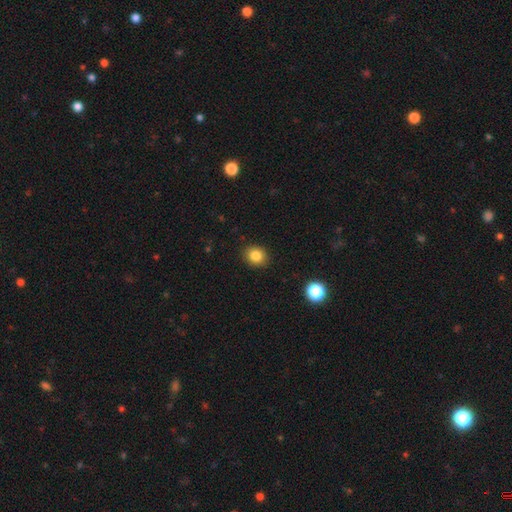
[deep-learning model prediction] The model was most divided on "how rounded": round: 69%, in between: 31%, cigar-shaped: 1%. More confident: merging — none (90%); smooth or featured — smooth (84%).